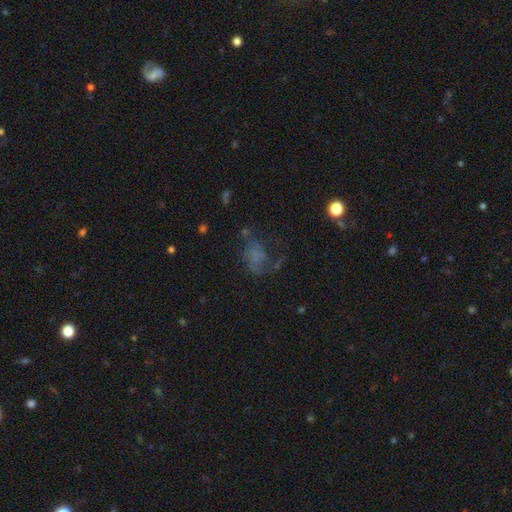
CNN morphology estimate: smooth 41%, featured or disk 38%, star or artifact 21%. Down the decision tree: merging — major disturbance (43%).